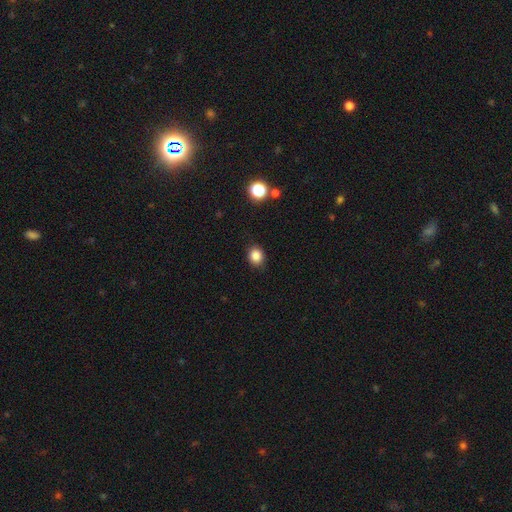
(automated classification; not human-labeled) smooth-or-featured: smooth: 85% | star or artifact: 11% | featured or disk: 4%
  how-rounded: round: 65% | in between: 34% | cigar-shaped: 1%
  merging: none: 86% | minor disturbance: 10% | major disturbance: 2% | merger: 1%